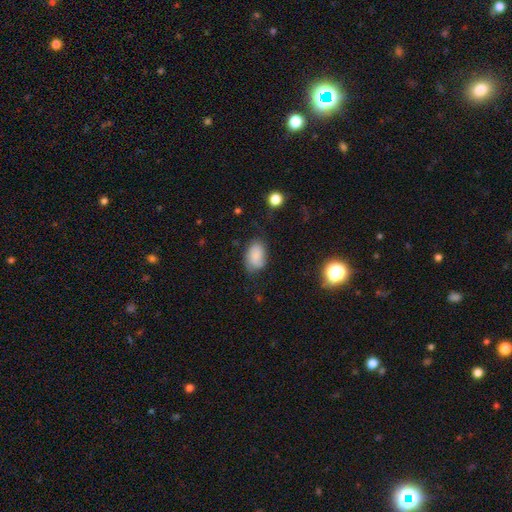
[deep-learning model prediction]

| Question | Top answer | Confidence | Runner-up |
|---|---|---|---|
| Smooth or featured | smooth | 73% | featured or disk (18%) |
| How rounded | in between | 87% | round (11%) |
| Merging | none | 60% | minor disturbance (28%) |